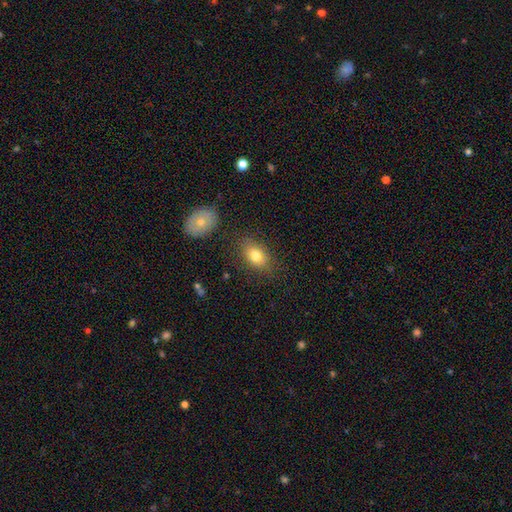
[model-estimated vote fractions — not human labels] Morphology: type=smooth (79%); roundness=in between (81%); merging=none (79%).